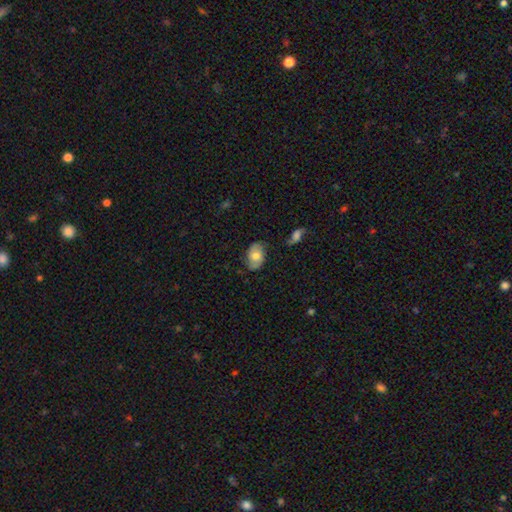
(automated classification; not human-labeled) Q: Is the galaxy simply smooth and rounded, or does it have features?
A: smooth — 60%.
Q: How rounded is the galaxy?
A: in between — 85%.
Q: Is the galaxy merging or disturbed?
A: none — 75%.